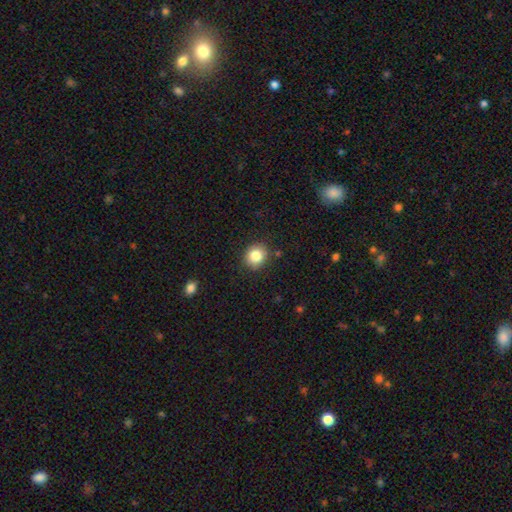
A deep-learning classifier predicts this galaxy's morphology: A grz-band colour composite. It shows a smooth galaxy with no disk features (84%) that is round (80%). Merging: none (87%).